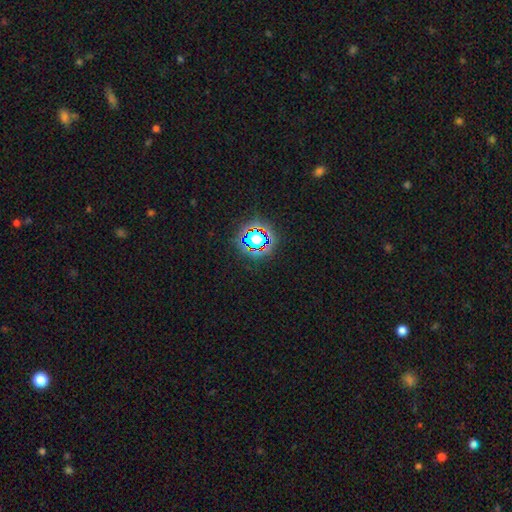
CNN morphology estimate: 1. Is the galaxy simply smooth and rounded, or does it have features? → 75% star or artifact, 16% smooth, 9% featured or disk.